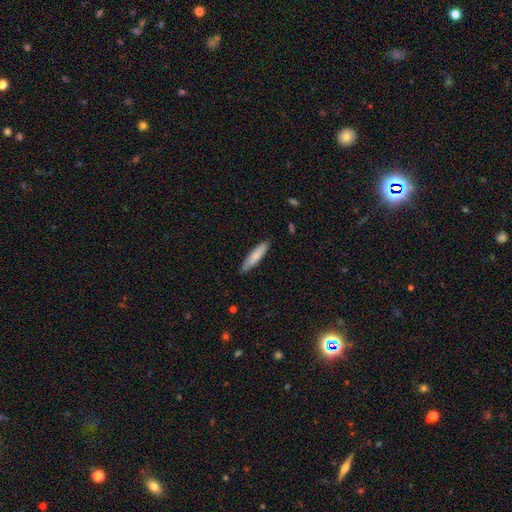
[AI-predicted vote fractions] Smooth or featured? Predicted: smooth (p=0.79). How rounded? Predicted: cigar-shaped (p=0.84). Merging? Predicted: none (p=0.88).